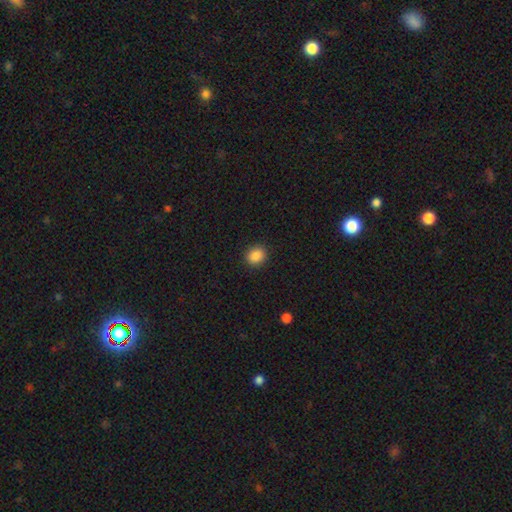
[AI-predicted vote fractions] Smooth or featured?
  - smooth: 87% *
  - star or artifact: 9%
  - featured or disk: 3%
How rounded?
  - round: 69% *
  - in between: 30%
  - cigar-shaped: 1%
Merging?
  - none: 90% *
  - minor disturbance: 7%
  - major disturbance: 2%
  - merger: 1%